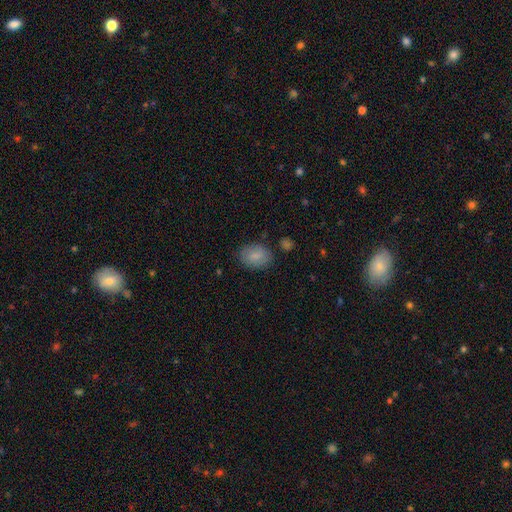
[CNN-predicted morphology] Smooth or featured? Predicted: smooth (p=0.84). How rounded? Predicted: in between (p=0.62). Merging? Predicted: none (p=0.79).